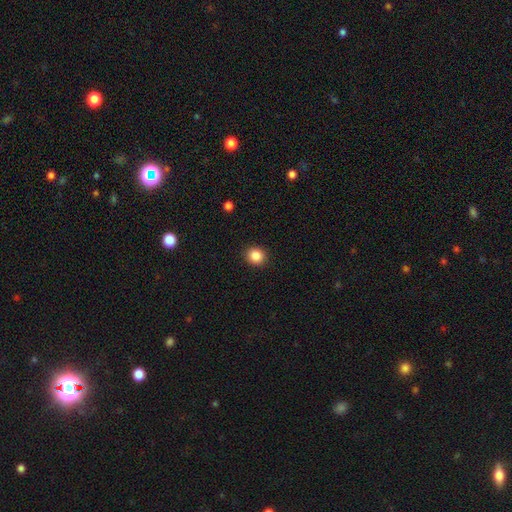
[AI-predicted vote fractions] smooth 86%, star or artifact 10%, featured or disk 4%. Down the decision tree: how rounded — round (83%); merging — none (91%).